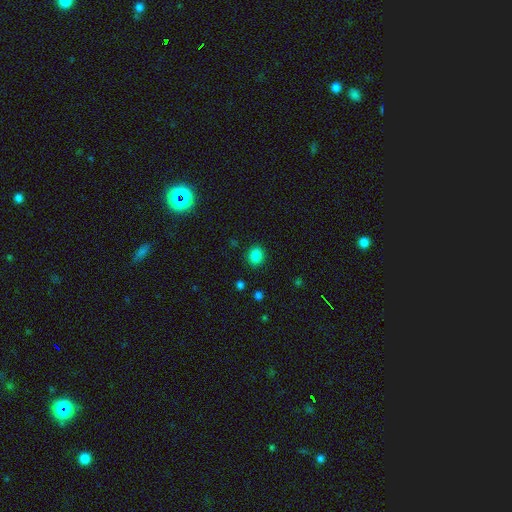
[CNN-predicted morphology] A smooth galaxy with no disk features (84%) that is round (58%).

Vote fractions:
- Smooth or featured? smooth: 84% / star or artifact: 12% / featured or disk: 4%
- How rounded? round: 58% / in between: 41% / cigar-shaped: 1%
- Merging? none: 88% / minor disturbance: 8% / major disturbance: 3% / merger: 1%